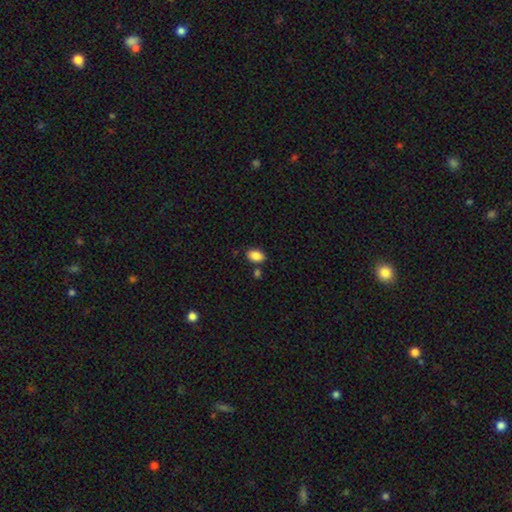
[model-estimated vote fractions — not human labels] Smooth or featured? smooth (87%)
How rounded? in between (88%)
Merging? none (78%)